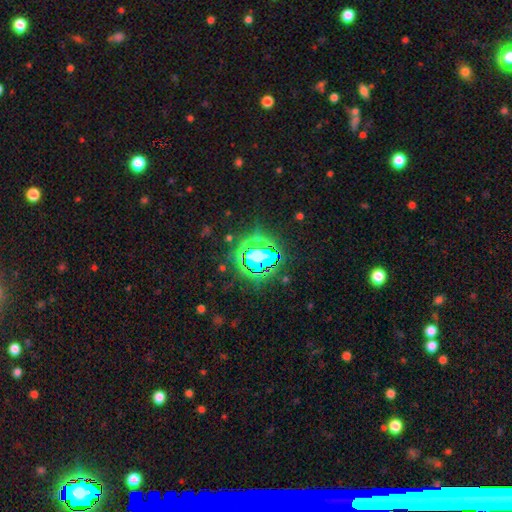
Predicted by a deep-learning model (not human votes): Smooth or featured? Predicted: star or artifact (p=0.65).